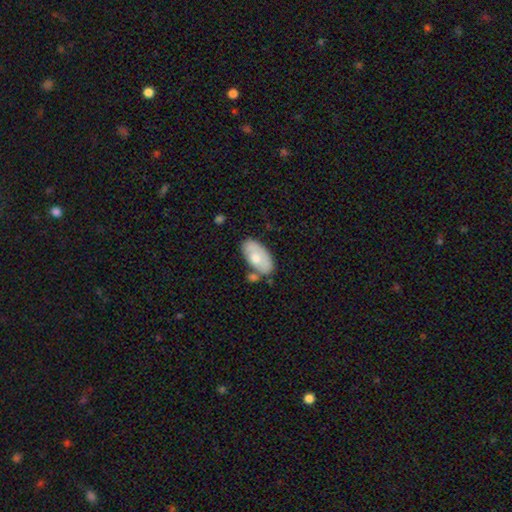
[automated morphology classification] smooth-or-featured: smooth: 66% | featured or disk: 28% | star or artifact: 5%
  how-rounded: in between: 95% | round: 3% | cigar-shaped: 2%
  merging: none: 56% | minor disturbance: 22% | merger: 15% | major disturbance: 7%